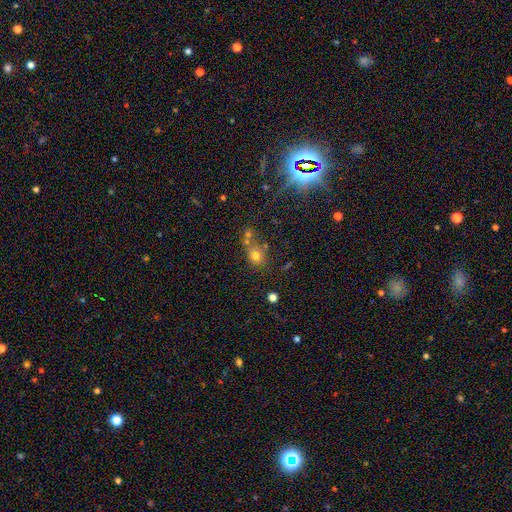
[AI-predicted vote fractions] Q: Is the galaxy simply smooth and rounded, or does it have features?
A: smooth — 69%.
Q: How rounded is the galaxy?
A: round — 66%.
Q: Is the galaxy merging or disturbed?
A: none — 52%.